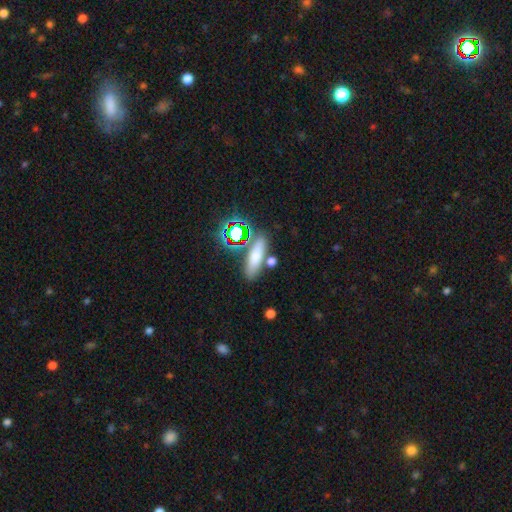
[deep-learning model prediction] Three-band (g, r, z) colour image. It shows a smooth galaxy with no disk features (68%) that is cigar-shaped (46%). Merging: none (72%).